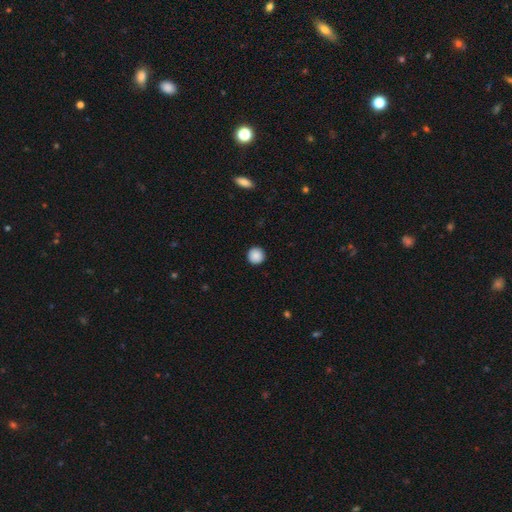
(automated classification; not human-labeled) This appears to be a smooth galaxy with no disk features (89%) that is round (96%). Merging: none (93%).